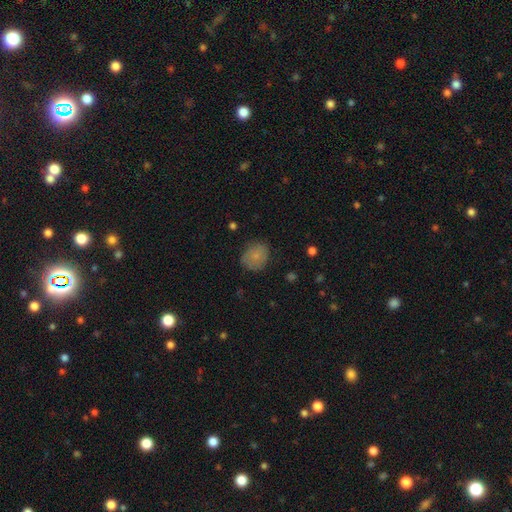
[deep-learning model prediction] smooth_or_featured: smooth (p=0.78) [alt: featured or disk p=0.13]
how_rounded: round (p=0.65) [alt: in between p=0.35]
merging: none (p=0.73) [alt: minor disturbance p=0.20]